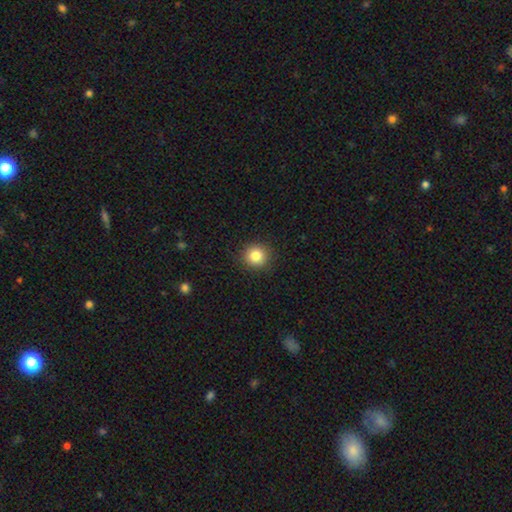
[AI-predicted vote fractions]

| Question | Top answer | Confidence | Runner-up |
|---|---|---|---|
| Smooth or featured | smooth | 84% | star or artifact (11%) |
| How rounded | round | 92% | in between (8%) |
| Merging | none | 91% | minor disturbance (6%) |